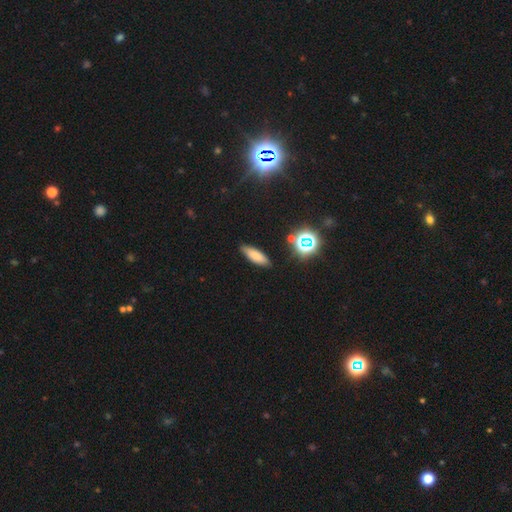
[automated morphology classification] Q: Smooth or featured?
A: smooth (76%); runner-up: star or artifact (13%)
Q: How rounded?
A: in between (54%); runner-up: cigar-shaped (43%)
Q: Merging?
A: none (85%); runner-up: minor disturbance (11%)